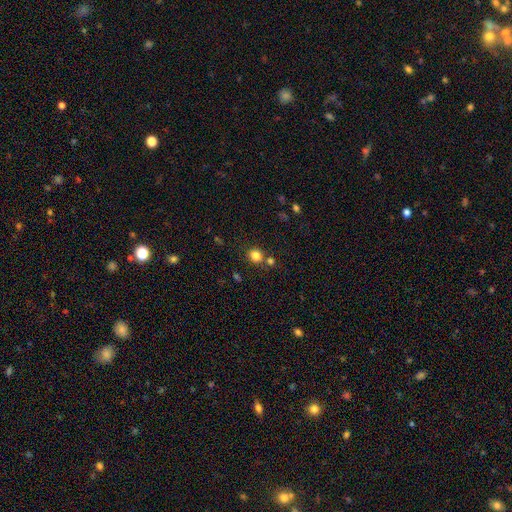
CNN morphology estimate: Q: Smooth or featured?
A: smooth (82%); runner-up: star or artifact (12%)
Q: How rounded?
A: round (76%); runner-up: in between (23%)
Q: Merging?
A: none (72%); runner-up: merger (15%)